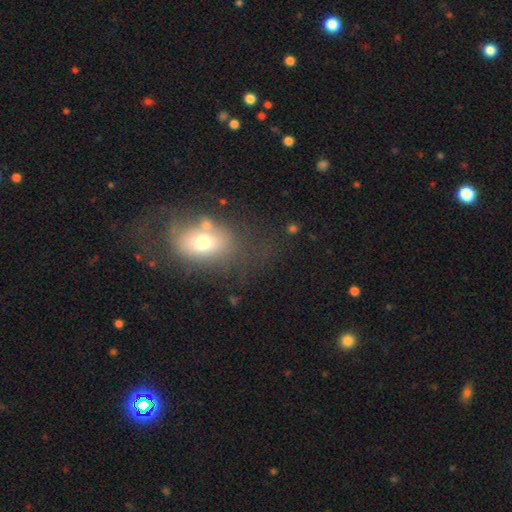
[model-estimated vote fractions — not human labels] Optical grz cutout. It shows a featured or disk galaxy (44%). Merging: none (62%).